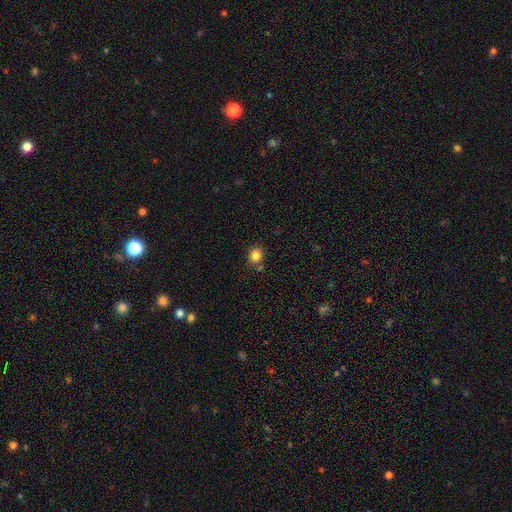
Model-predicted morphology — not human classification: smooth 83%, star or artifact 11%, featured or disk 5%. Down the decision tree: how rounded — round (70%); merging — none (75%).